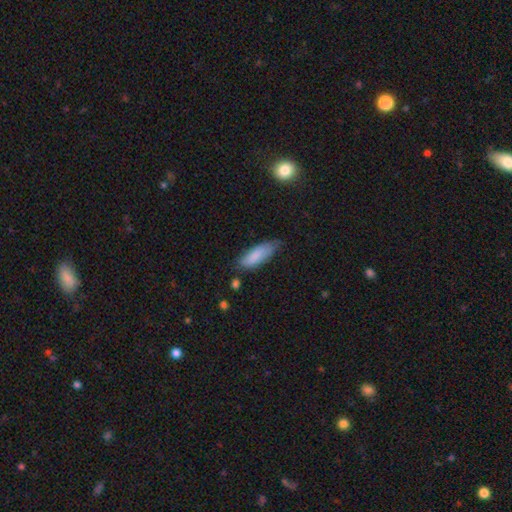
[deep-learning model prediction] A smooth galaxy with no disk features (82%) that is in between round and cigar-shaped (65%).

Vote fractions:
- Smooth or featured? smooth: 82% / featured or disk: 12% / star or artifact: 6%
- How rounded? in between: 65% / cigar-shaped: 33% / round: 2%
- Merging? none: 61% / minor disturbance: 31% / major disturbance: 6% / merger: 2%